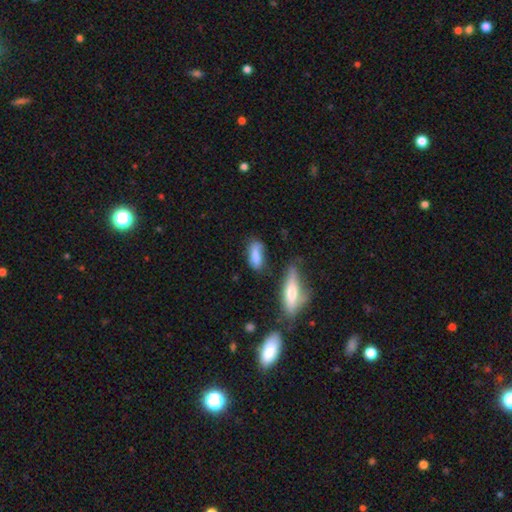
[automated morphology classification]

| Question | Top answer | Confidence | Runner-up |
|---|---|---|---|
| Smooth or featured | smooth | 77% | featured or disk (14%) |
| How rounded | in between | 70% | cigar-shaped (26%) |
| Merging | none | 49% | minor disturbance (28%) |